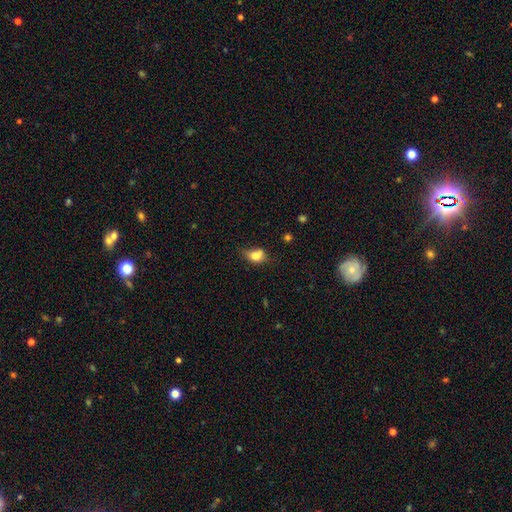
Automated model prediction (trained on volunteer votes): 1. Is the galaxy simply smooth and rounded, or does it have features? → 73% smooth, 16% featured or disk, 11% star or artifact.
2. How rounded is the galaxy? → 59% in between, 39% round, 3% cigar-shaped.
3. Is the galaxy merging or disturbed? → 39% none, 31% minor disturbance, 18% merger, 12% major disturbance.